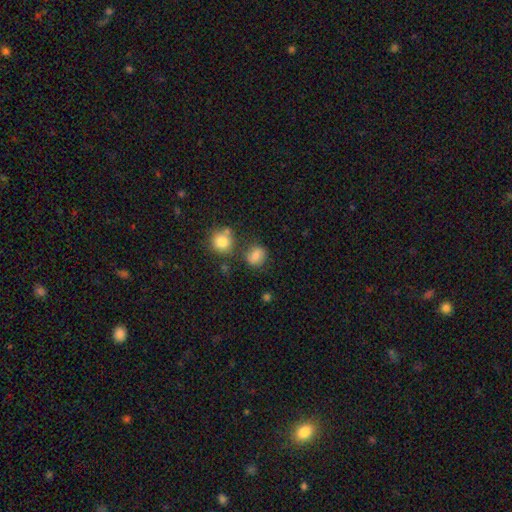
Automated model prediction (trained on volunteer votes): Overall: smooth (78%). How rounded: round (68%; in between 31%). Merging: none (70%).